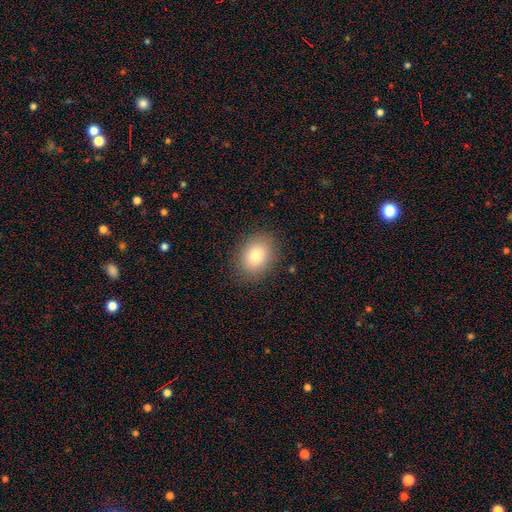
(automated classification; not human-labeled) Morphology: type=smooth (81%); roundness=in between (59%); merging=none (87%).